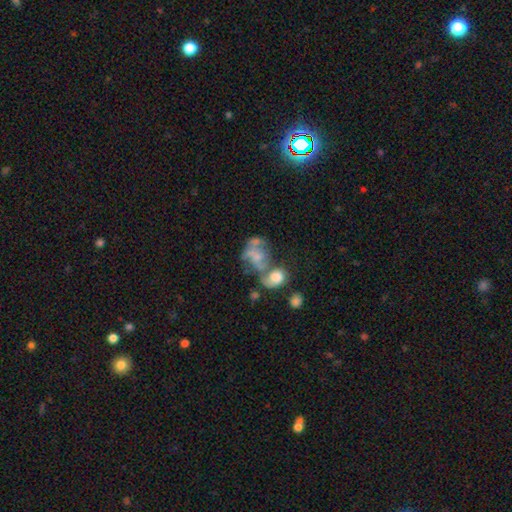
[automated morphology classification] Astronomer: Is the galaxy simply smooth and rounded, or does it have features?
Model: featured or disk — 54% (runner-up: smooth, 35%).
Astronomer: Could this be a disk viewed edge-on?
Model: no — 98%.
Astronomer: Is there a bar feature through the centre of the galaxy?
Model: no — 77%.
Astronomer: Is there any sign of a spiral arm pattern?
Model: no — 56% (runner-up: yes, 44%).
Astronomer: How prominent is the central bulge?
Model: none — 43% (runner-up: moderate, 24%).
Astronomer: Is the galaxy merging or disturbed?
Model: merger — 52%.